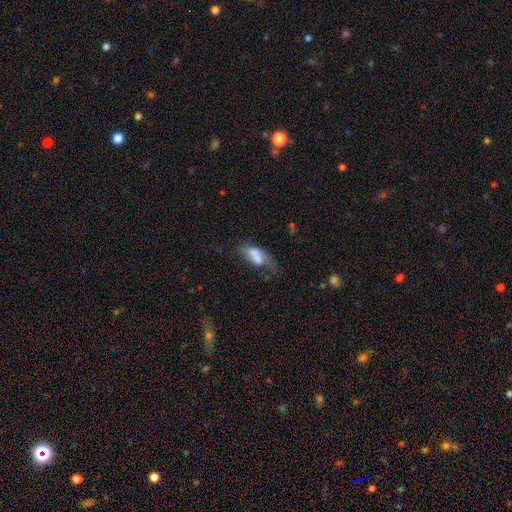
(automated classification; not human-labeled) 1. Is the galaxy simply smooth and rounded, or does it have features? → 59% smooth, 31% featured or disk, 10% star or artifact.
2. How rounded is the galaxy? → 80% in between, 15% cigar-shaped, 5% round.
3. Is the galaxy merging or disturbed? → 27% major disturbance, 25% merger, 25% none, 23% minor disturbance.